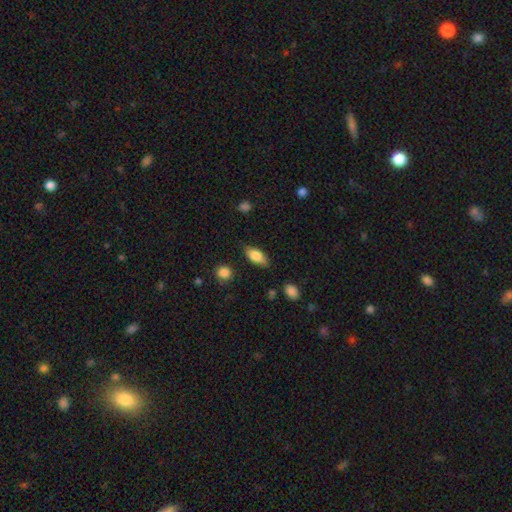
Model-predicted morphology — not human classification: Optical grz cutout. It shows a smooth galaxy with no disk features (79%) that is in between round and cigar-shaped (85%). Merging: none (80%).